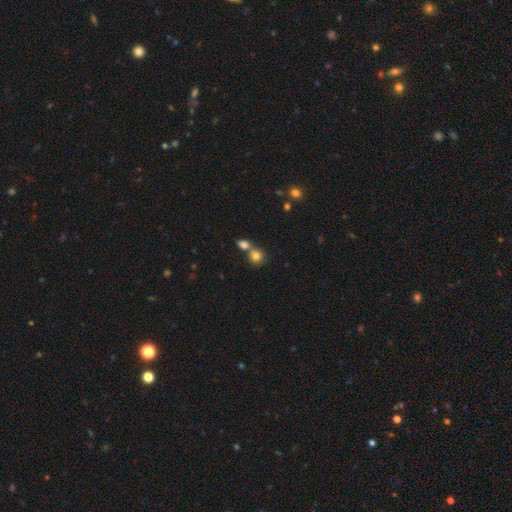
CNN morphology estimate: Smooth or featured: smooth — 80% (star or artifact — 11%)
How rounded: round — 84% (in between — 15%)
Merging: none — 47% (merger — 43%)